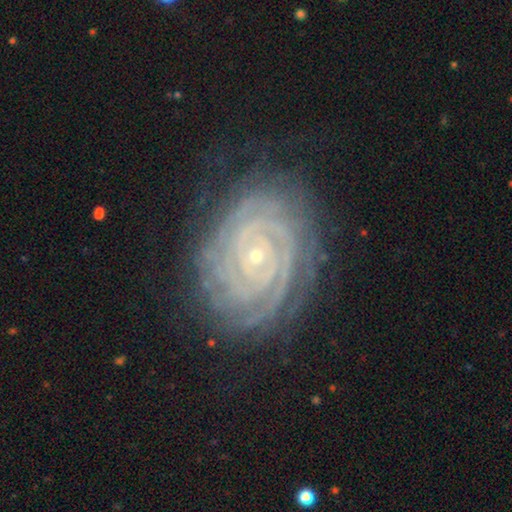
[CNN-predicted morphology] Q: Smooth or featured?
A: featured or disk (90%); runner-up: star or artifact (7%)
Q: Edge-on disk?
A: no (97%); runner-up: yes (3%)
Q: Bar?
A: no (71%); runner-up: weak (18%)
Q: Spiral arms?
A: yes (99%); runner-up: no (1%)
Q: Spiral winding?
A: tight (90%); runner-up: medium (8%)
Q: Spiral arm count?
A: 2 (29%); runner-up: 3 (18%)
Q: Bulge size?
A: small (84%); runner-up: moderate (12%)
Q: Merging?
A: none (81%); runner-up: minor disturbance (14%)